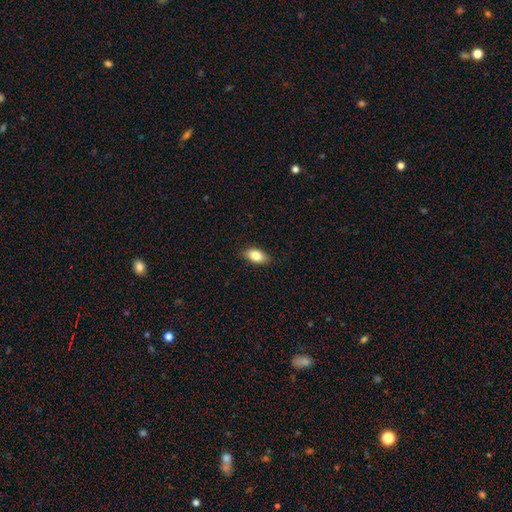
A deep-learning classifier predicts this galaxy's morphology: This is clearly a smooth galaxy (81%). How rounded: clearly in between (89%). Merging: clearly none (87%).